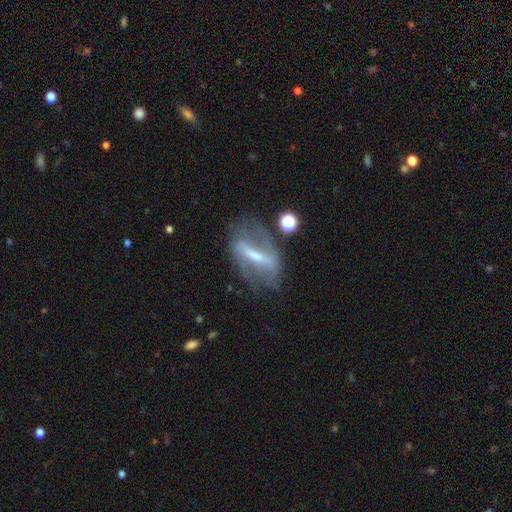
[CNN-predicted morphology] A featured or disk galaxy (75%) with a strong bar (70%), spiral arms (65%) and a small central bulge (49%).

Vote fractions:
- Smooth or featured? featured or disk: 75% / smooth: 16% / star or artifact: 8%
- Edge-on disk? no: 79% / yes: 21%
- Bar? strong: 70% / weak: 21% / no: 9%
- Spiral arms? yes: 65% / no: 35%
- Bulge size? small: 49% / moderate: 35% / none: 11% / large: 4% / dominant: 1%
- Merging? none: 59% / minor disturbance: 21% / major disturbance: 16% / merger: 4%